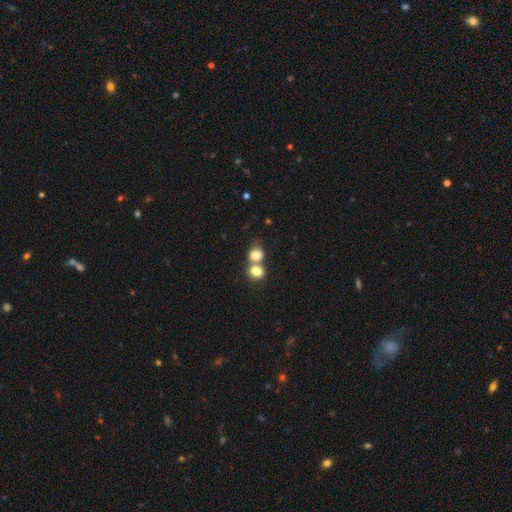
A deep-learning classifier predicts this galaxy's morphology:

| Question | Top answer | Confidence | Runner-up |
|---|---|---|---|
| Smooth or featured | smooth | 80% | featured or disk (10%) |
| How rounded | round | 70% | in between (29%) |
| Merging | merger | 58% | none (32%) |